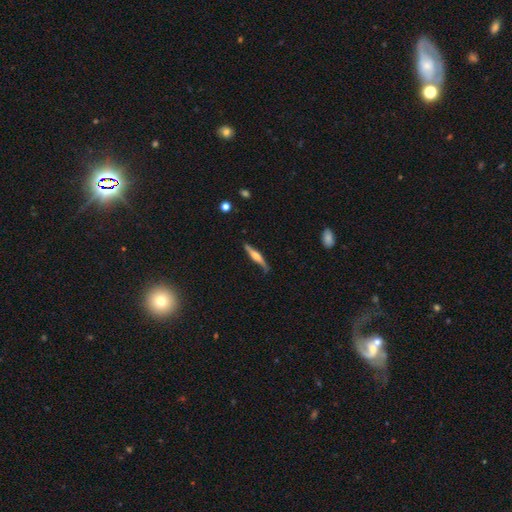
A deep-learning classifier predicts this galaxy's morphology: This is likely a featured or disk galaxy (63%). It is clearly viewed edge-on (94%). Edge-on bulge: likely rounded (78%). Merging: likely none (76%).